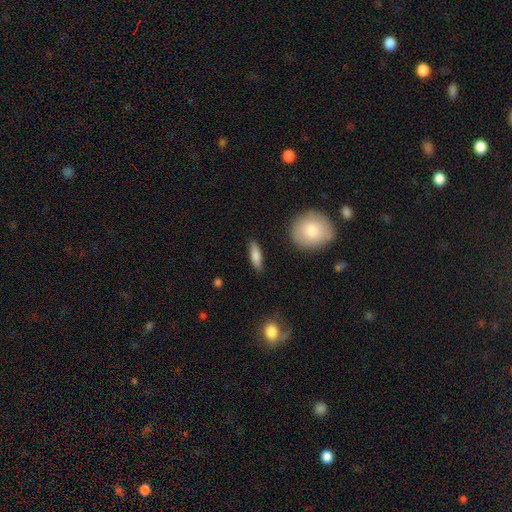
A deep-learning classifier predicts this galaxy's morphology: Smooth or featured? Predicted: smooth (p=0.75). How rounded? Predicted: cigar-shaped (p=0.57). Merging? Predicted: none (p=0.87).